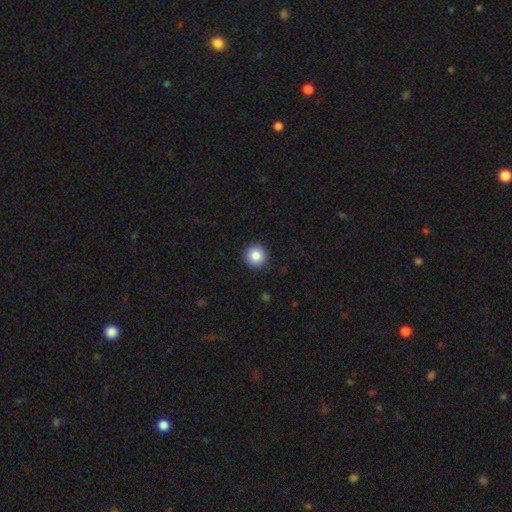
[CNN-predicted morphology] This is clearly a smooth galaxy (86%). How rounded: clearly round (96%). Merging: clearly none (93%).